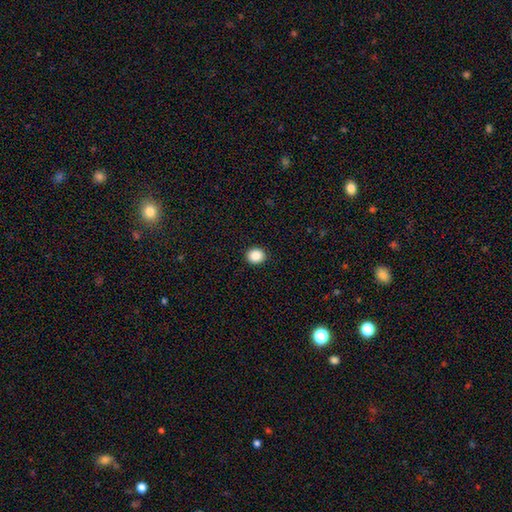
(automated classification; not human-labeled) This appears to be a smooth galaxy with no disk features (88%) that is round (76%). Merging: none (92%).